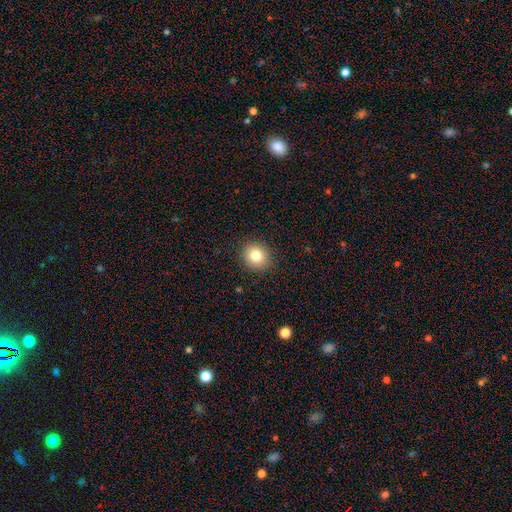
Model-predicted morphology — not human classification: Smooth or featured: smooth — 81% (star or artifact — 11%)
How rounded: round — 82% (in between — 17%)
Merging: none — 90% (minor disturbance — 7%)